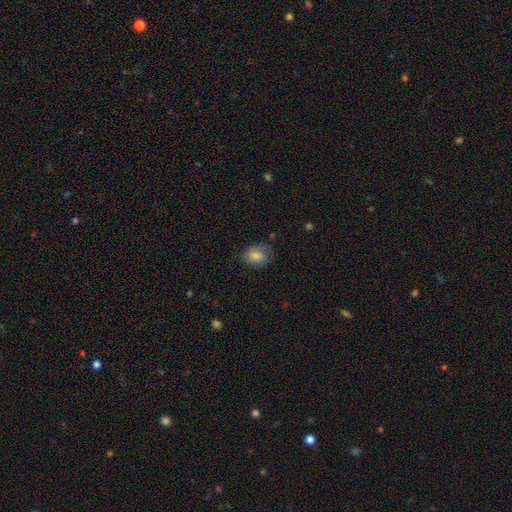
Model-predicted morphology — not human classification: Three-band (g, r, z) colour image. It shows a smooth galaxy with no disk features (80%) that is in between round and cigar-shaped (58%). Merging: none (69%).